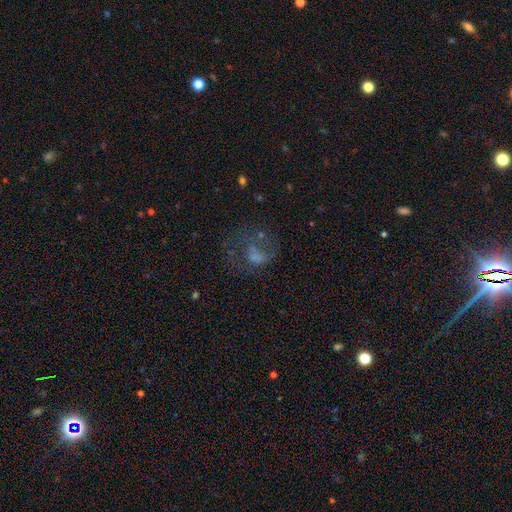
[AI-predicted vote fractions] Morphology: type=featured or disk (43%); merging=major disturbance (48%).